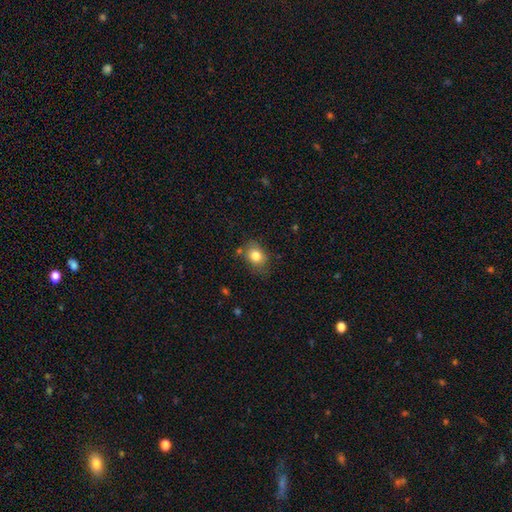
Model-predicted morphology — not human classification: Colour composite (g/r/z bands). It shows a smooth galaxy with no disk features (81%) that is in between round and cigar-shaped (57%). Merging: none (72%).